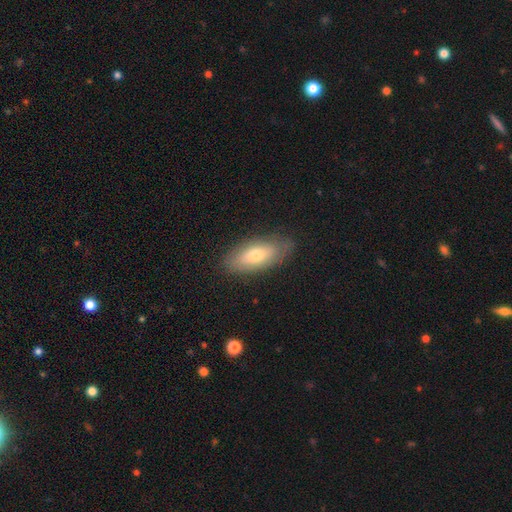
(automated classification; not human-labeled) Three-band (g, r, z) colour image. It shows a smooth galaxy with no disk features (63%) that is in between round and cigar-shaped (80%). Merging: none (84%).